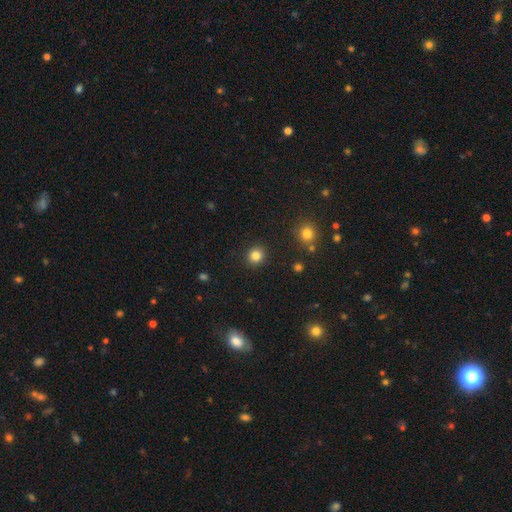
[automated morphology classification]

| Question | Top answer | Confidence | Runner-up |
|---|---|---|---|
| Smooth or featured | smooth | 84% | star or artifact (11%) |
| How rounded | round | 85% | in between (14%) |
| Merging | none | 91% | minor disturbance (5%) |